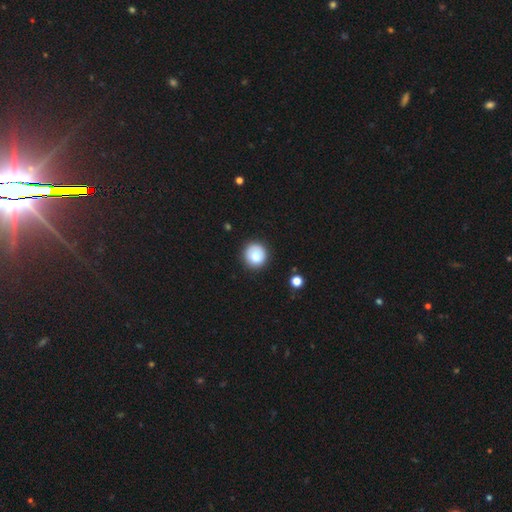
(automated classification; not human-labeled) Smooth or featured? smooth (81%)
How rounded? round (92%)
Merging? none (87%)